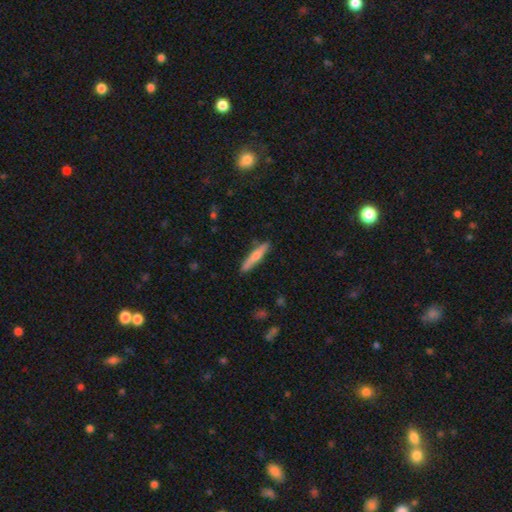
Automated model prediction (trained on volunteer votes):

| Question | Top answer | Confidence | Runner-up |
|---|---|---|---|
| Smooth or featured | smooth | 55% | featured or disk (39%) |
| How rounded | cigar-shaped | 92% | in between (7%) |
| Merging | none | 88% | minor disturbance (9%) |